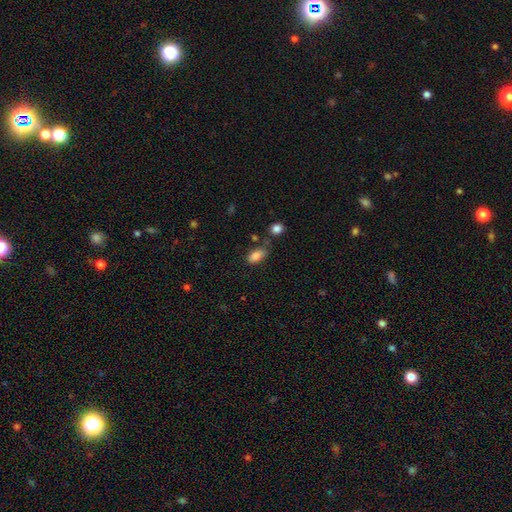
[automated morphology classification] smooth 84%, star or artifact 9%, featured or disk 8%. Down the decision tree: how rounded — in between (90%); merging — none (59%).